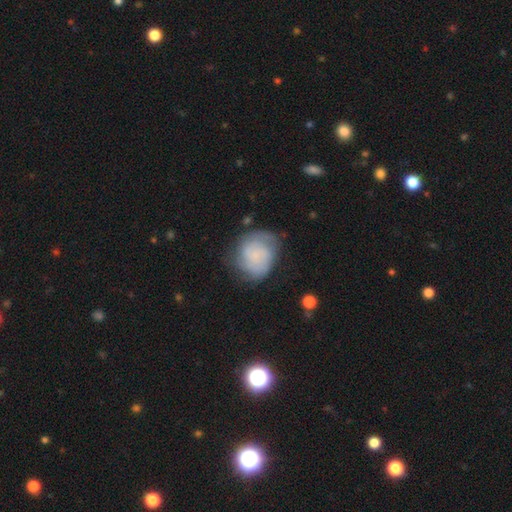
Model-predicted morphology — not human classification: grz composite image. It shows a featured or disk galaxy (56%) with no bar (74%), spiral arms (87%) and a small central bulge (51%). Merging: none (60%).